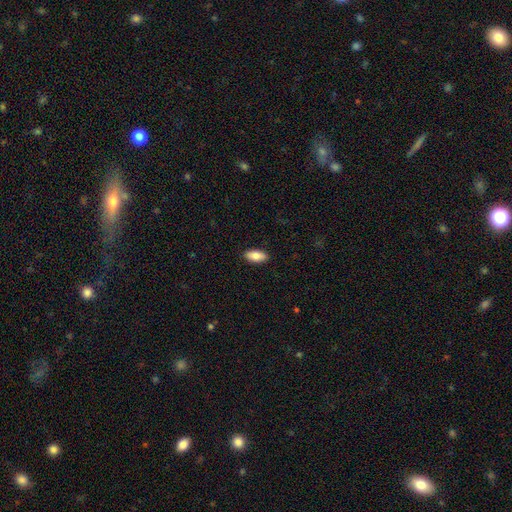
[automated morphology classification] smooth-or-featured: smooth: 84% | featured or disk: 9% | star or artifact: 6%
  how-rounded: in between: 90% | cigar-shaped: 8% | round: 2%
  merging: none: 89% | minor disturbance: 8% | major disturbance: 2% | merger: 1%